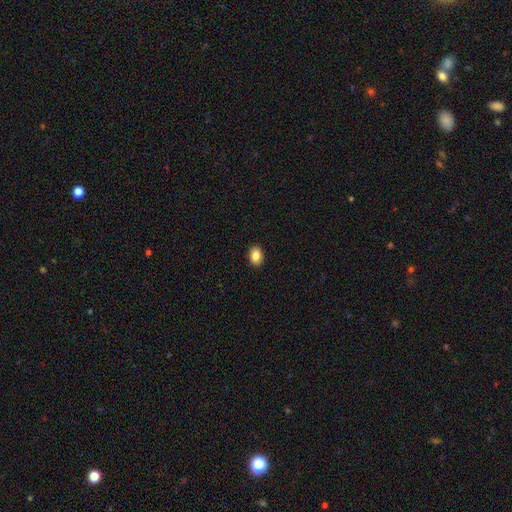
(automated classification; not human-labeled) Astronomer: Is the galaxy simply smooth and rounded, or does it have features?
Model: smooth — 87%.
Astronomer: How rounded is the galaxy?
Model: in between — 78%.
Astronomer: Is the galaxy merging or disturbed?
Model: none — 91%.